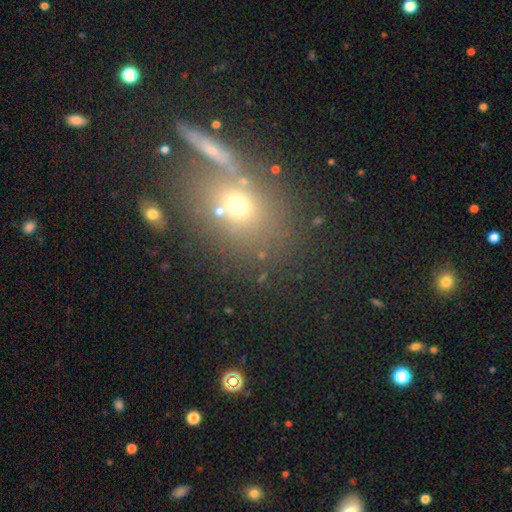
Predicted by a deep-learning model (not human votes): Smooth or featured? smooth (49%)
Merging? none (60%)